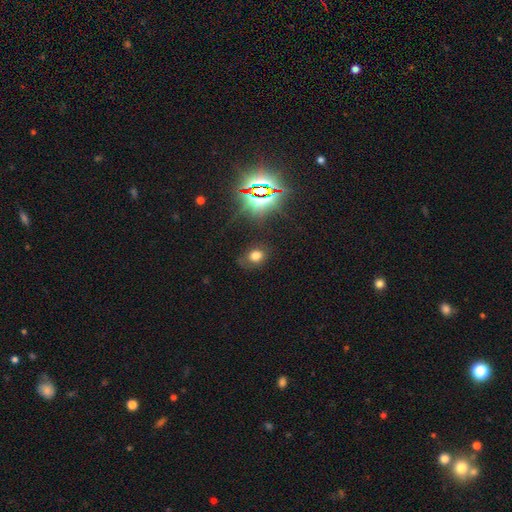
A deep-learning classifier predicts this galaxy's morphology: smooth 65%, star or artifact 24%, featured or disk 11%. Down the decision tree: how rounded — in between (57%); merging — none (73%).